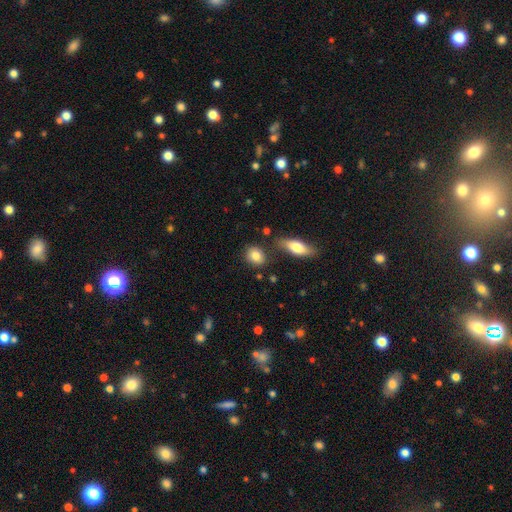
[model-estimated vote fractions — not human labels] smooth_or_featured: smooth (p=0.83) [alt: featured or disk p=0.09]
how_rounded: round (p=0.56) [alt: in between p=0.41]
merging: none (p=0.77) [alt: minor disturbance p=0.12]